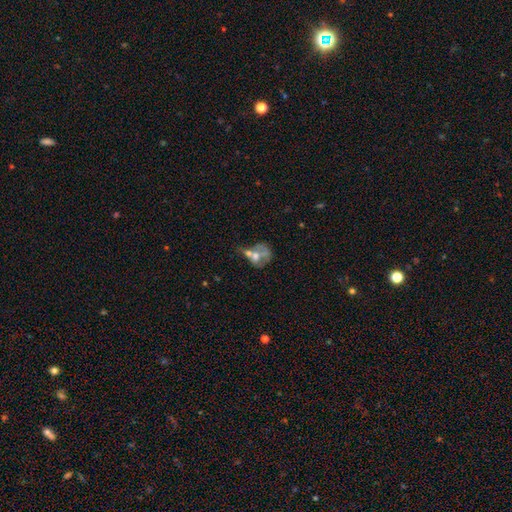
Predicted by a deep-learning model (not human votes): A smooth galaxy with no disk features (48%).

Vote fractions:
- Smooth or featured? smooth: 48% / featured or disk: 41% / star or artifact: 11%
- Merging? merger: 49% / none: 19% / major disturbance: 18% / minor disturbance: 13%